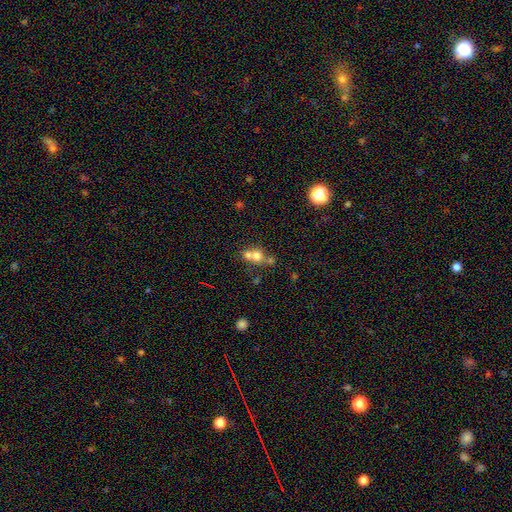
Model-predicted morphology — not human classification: A smooth galaxy with no disk features (67%) that is round (79%). Merging: merger (58%).